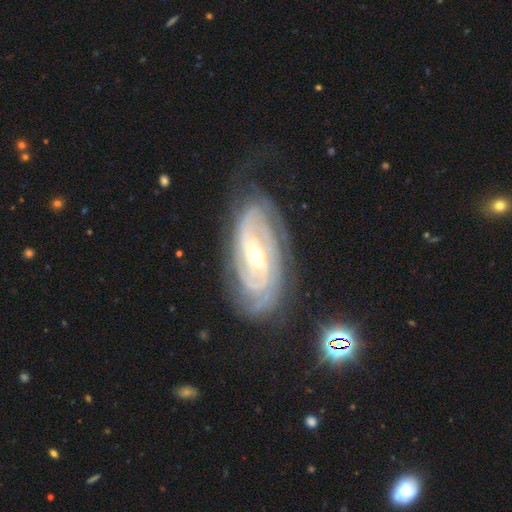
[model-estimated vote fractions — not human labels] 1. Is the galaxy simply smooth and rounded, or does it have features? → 89% featured or disk, 6% star or artifact, 5% smooth.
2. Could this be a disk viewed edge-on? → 94% no, 6% yes.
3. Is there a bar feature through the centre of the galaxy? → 42% weak, 36% strong, 21% no.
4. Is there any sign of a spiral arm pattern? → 97% yes, 3% no.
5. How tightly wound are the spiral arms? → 73% tight, 22% medium, 4% loose.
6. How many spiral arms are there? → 29% 2, 28% can't tell, 19% 3, 13% 4, 6% more than 4, 5% 1.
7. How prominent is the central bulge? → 49% small, 48% moderate, 2% large, 1% none, 1% dominant.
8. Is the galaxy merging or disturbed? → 73% none, 19% minor disturbance, 7% major disturbance, 2% merger.